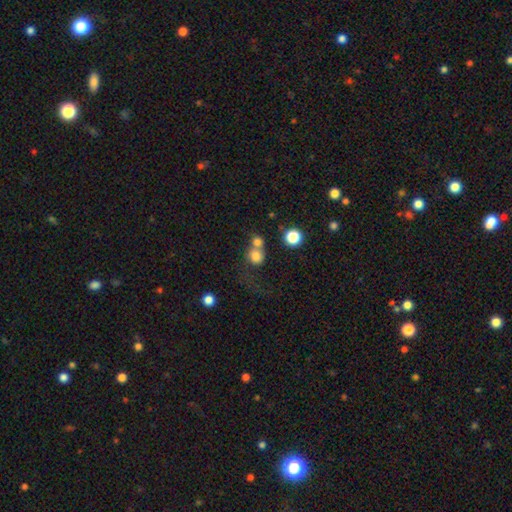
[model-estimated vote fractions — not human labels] Smooth or featured?
  - smooth: 77% *
  - star or artifact: 12%
  - featured or disk: 11%
How rounded?
  - round: 81% *
  - in between: 17%
  - cigar-shaped: 1%
Merging?
  - merger: 52% *
  - none: 32%
  - minor disturbance: 8%
  - major disturbance: 8%